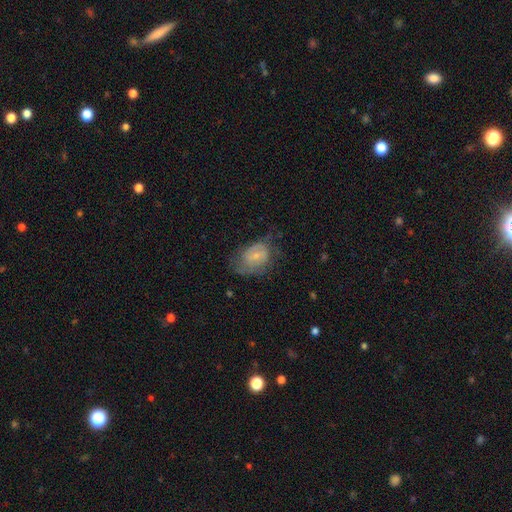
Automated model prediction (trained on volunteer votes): Smooth or featured: featured or disk — 46% (smooth — 45%)
Merging: none — 47% (minor disturbance — 31%)